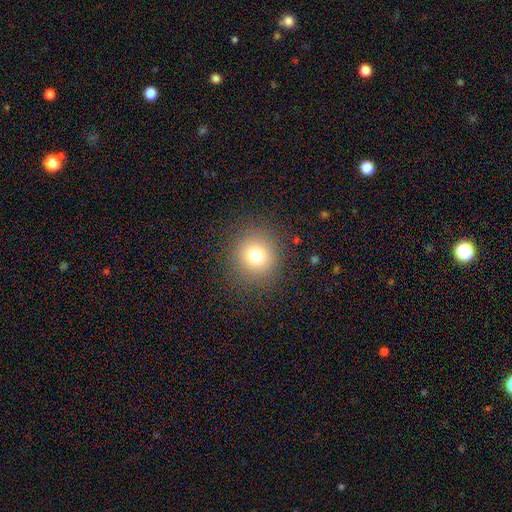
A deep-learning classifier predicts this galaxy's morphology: This appears to be a smooth galaxy with no disk features (75%) that is round (93%). Merging: none (88%).